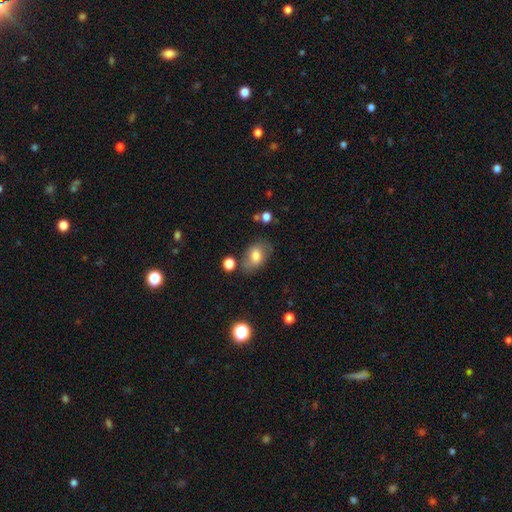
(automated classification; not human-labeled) Q: Smooth or featured?
A: smooth (73%); runner-up: featured or disk (18%)
Q: How rounded?
A: in between (83%); runner-up: round (16%)
Q: Merging?
A: none (65%); runner-up: minor disturbance (21%)